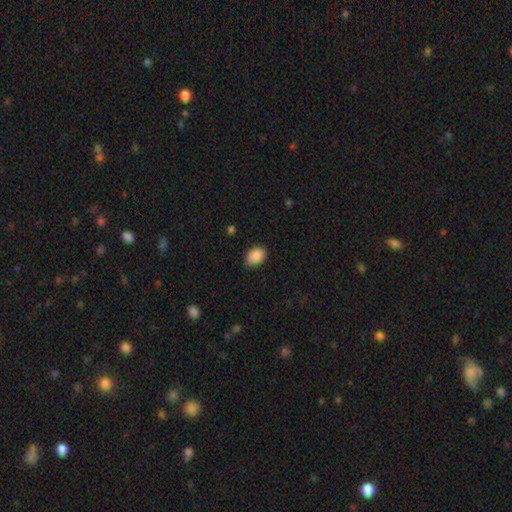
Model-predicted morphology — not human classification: The model was most divided on "merging": none: 73%, minor disturbance: 23%, major disturbance: 3%, merger: 1%. More confident: smooth or featured — smooth (89%); how rounded — in between (74%).